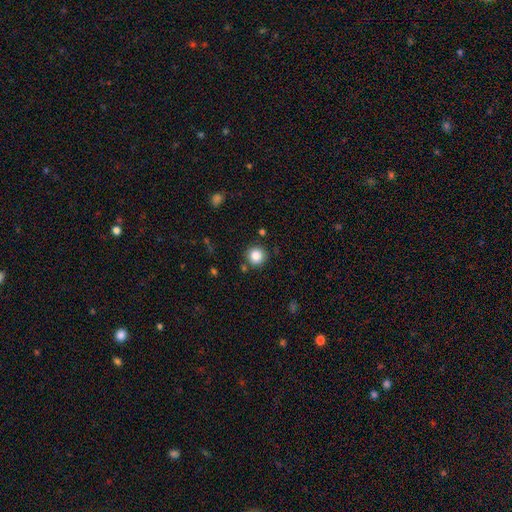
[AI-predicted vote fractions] Morphology: type=smooth (85%); roundness=round (94%); merging=none (87%).